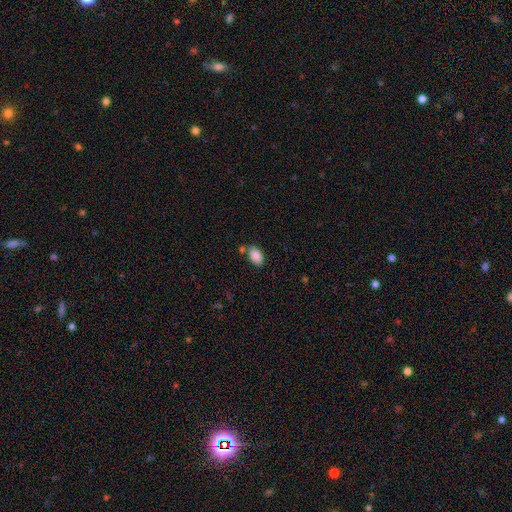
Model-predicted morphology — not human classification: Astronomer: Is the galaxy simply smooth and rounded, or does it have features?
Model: smooth — 88%.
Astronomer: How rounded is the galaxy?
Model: in between — 92%.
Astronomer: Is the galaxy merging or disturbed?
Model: none — 71%.